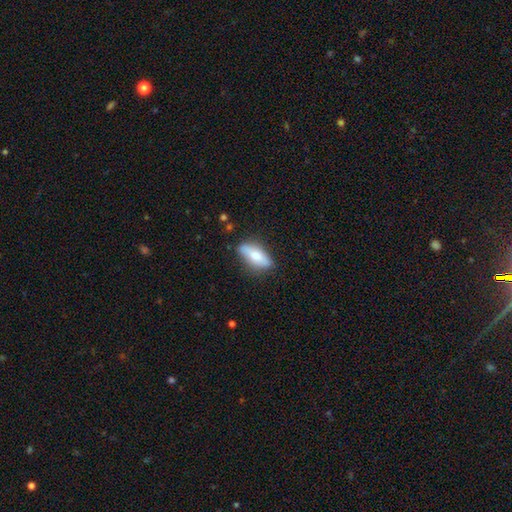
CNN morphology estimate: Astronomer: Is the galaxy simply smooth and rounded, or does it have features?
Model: smooth — 64%.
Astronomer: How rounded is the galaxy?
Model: in between — 73%.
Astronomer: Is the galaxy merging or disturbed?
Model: none — 79%.